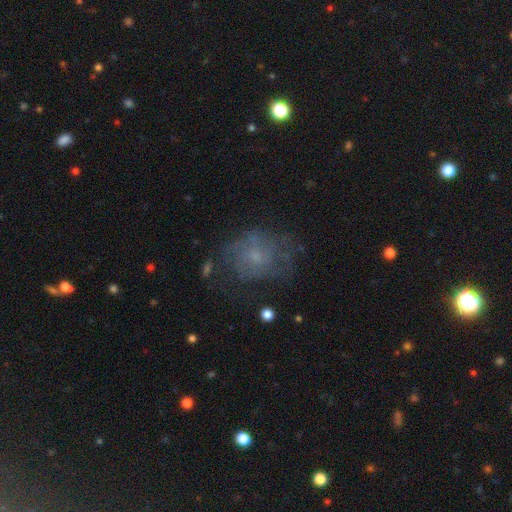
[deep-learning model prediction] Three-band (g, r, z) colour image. It shows a smooth galaxy with no disk features (44%). Merging: none (55%).